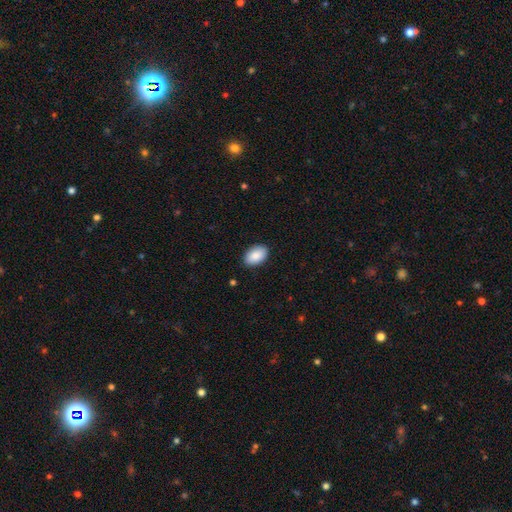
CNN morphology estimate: smooth-or-featured: smooth: 89% | star or artifact: 6% | featured or disk: 5%
  how-rounded: in between: 92% | round: 6% | cigar-shaped: 1%
  merging: none: 88% | minor disturbance: 9% | major disturbance: 2% | merger: 1%